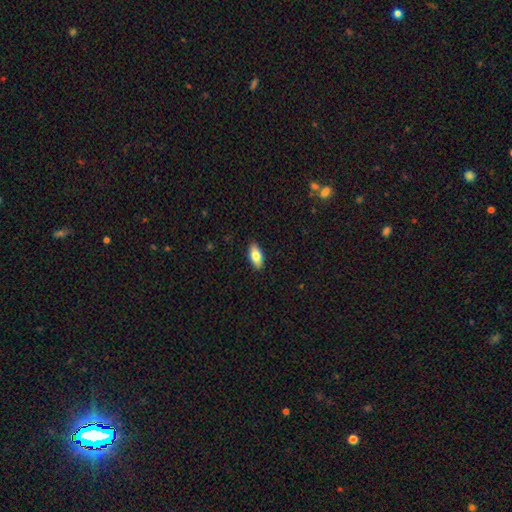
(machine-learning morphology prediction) Smooth or featured?
  - smooth: 78% *
  - featured or disk: 16%
  - star or artifact: 7%
How rounded?
  - in between: 88% *
  - cigar-shaped: 10%
  - round: 3%
Merging?
  - none: 89% *
  - minor disturbance: 8%
  - major disturbance: 2%
  - merger: 1%